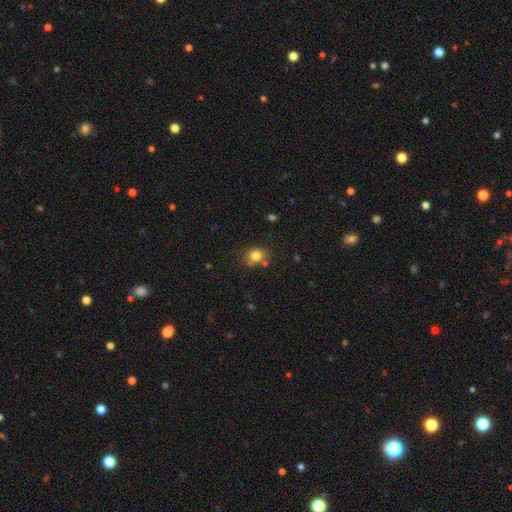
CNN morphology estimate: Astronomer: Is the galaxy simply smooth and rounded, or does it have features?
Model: smooth — 80%.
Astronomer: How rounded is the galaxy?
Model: round — 70%.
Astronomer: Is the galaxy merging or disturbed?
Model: none — 69%.